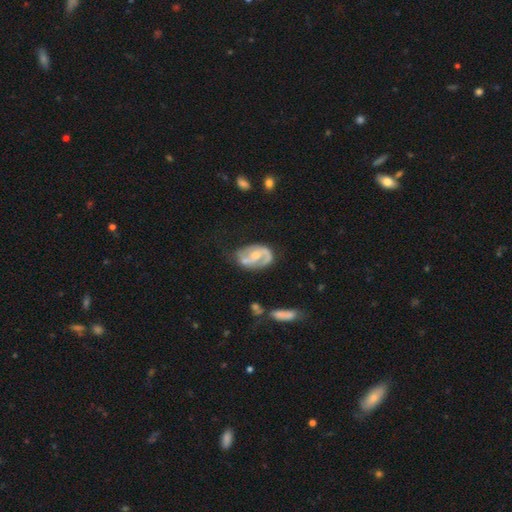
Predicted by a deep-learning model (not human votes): Smooth or featured? Predicted: featured or disk (p=0.78). Edge-on disk? Predicted: no (p=0.96). Bar? Predicted: no (p=0.40). Spiral arms? Predicted: yes (p=0.84). Spiral winding? Predicted: medium (p=0.44). Spiral arm count? Predicted: 2 (p=0.71). Bulge size? Predicted: moderate (p=0.55). Merging? Predicted: none (p=0.46).